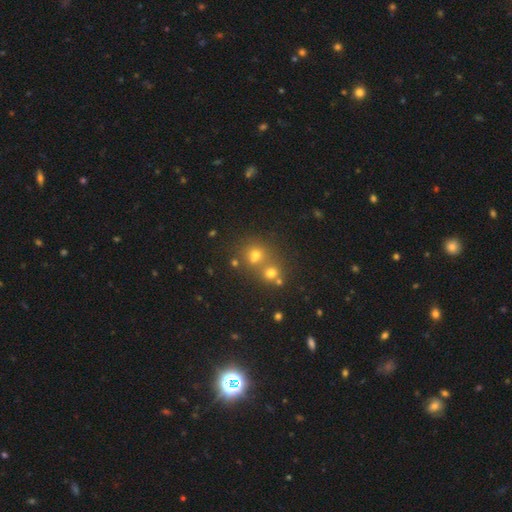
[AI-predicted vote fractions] Smooth or featured? Predicted: smooth (p=0.62). How rounded? Predicted: round (p=0.83). Merging? Predicted: none (p=0.47).